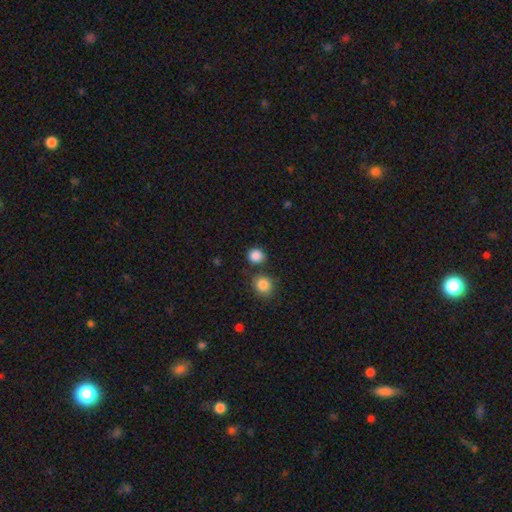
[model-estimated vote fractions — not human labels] Q: Smooth or featured?
A: smooth (86%); runner-up: star or artifact (10%)
Q: How rounded?
A: round (85%); runner-up: in between (14%)
Q: Merging?
A: none (74%); runner-up: merger (12%)